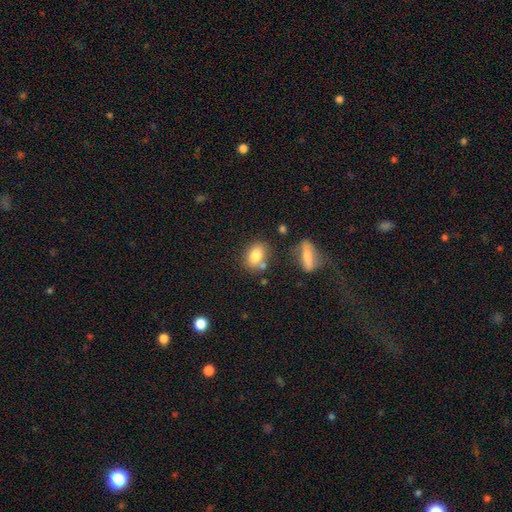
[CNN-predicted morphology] Smooth or featured? smooth (79%)
How rounded? in between (75%)
Merging? none (68%)